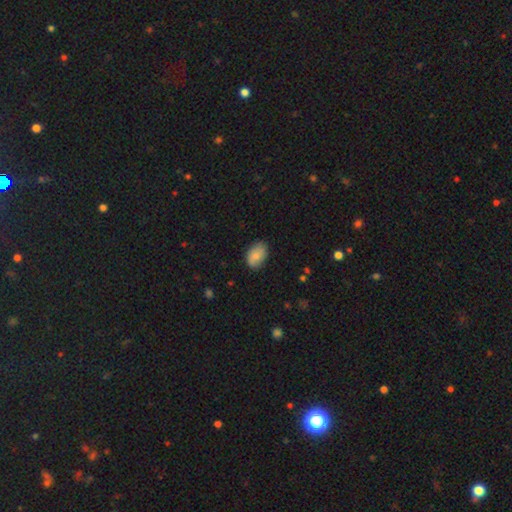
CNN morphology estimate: smooth-or-featured: smooth: 82% | featured or disk: 11% | star or artifact: 7%
  how-rounded: in between: 87% | round: 12% | cigar-shaped: 1%
  merging: none: 78% | minor disturbance: 18% | major disturbance: 3% | merger: 1%